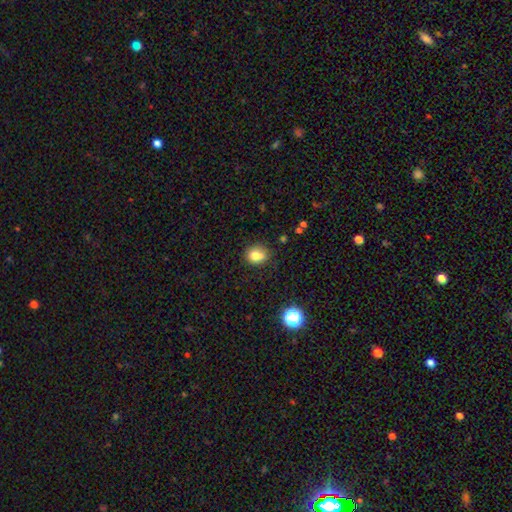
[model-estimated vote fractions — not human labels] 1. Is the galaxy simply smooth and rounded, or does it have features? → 78% smooth, 12% star or artifact, 10% featured or disk.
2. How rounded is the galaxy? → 67% round, 32% in between, 1% cigar-shaped.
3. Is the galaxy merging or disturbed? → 67% none, 19% minor disturbance, 8% merger, 5% major disturbance.